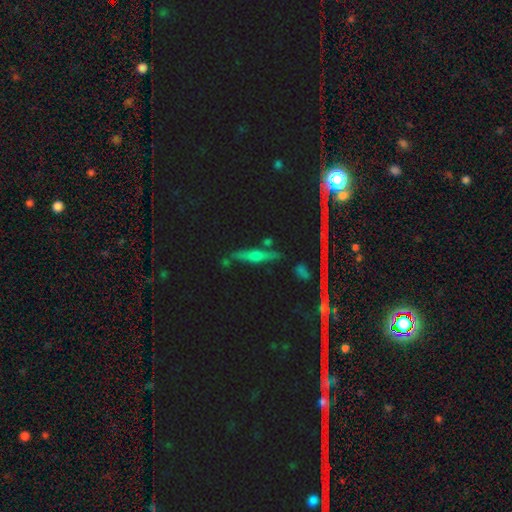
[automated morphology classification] smooth_or_featured: featured or disk (p=0.61) [alt: smooth p=0.26]
disk_edge_on: yes (p=0.92) [alt: no p=0.08]
edge_on_bulge: rounded (p=0.82) [alt: none p=0.09]
merging: none (p=0.80) [alt: minor disturbance p=0.12]